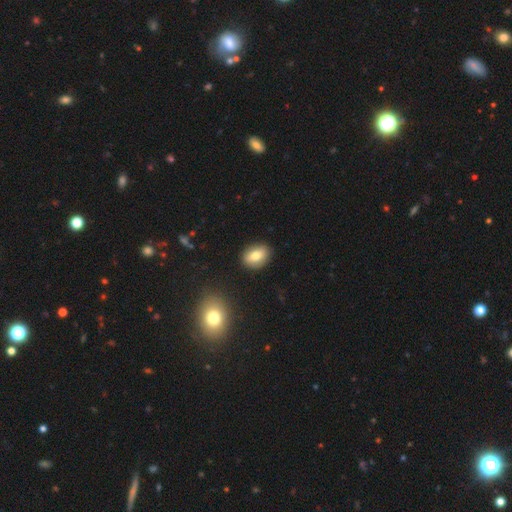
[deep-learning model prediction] smooth_or_featured: smooth (p=0.72) [alt: featured or disk p=0.19]
how_rounded: in between (p=0.73) [alt: round p=0.25]
merging: none (p=0.88) [alt: minor disturbance p=0.08]